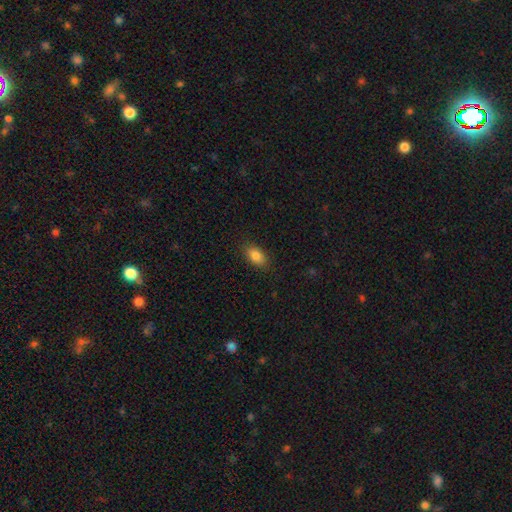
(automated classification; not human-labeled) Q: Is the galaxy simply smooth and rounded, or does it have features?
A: smooth — 85%.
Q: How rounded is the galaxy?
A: in between — 90%.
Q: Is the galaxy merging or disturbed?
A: none — 88%.